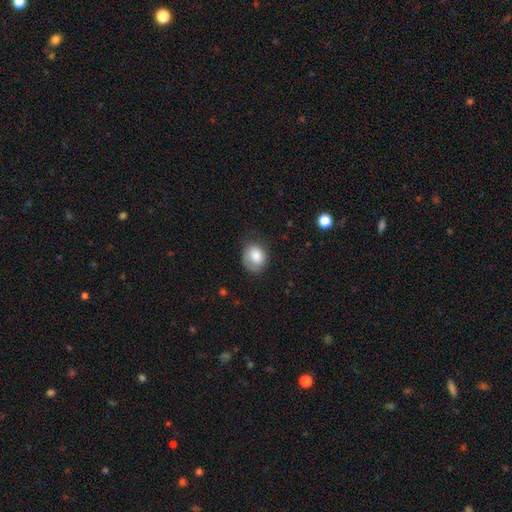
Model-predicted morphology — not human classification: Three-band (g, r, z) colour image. It shows a smooth galaxy with no disk features (82%) that is in between round and cigar-shaped (50%). Merging: none (62%).